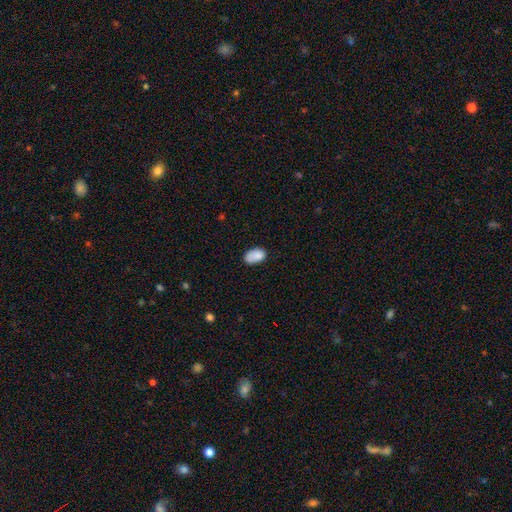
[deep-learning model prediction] Morphology: type=smooth (86%); roundness=in between (92%); merging=none (67%).